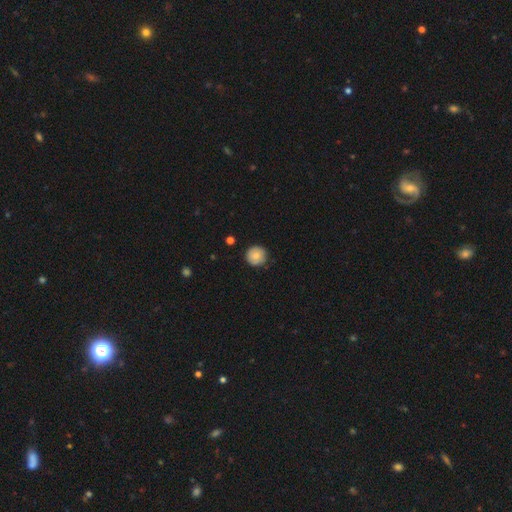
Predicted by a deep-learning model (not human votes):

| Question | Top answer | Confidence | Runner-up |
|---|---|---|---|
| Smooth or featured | smooth | 78% | featured or disk (14%) |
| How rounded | round | 95% | in between (4%) |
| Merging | none | 84% | minor disturbance (12%) |